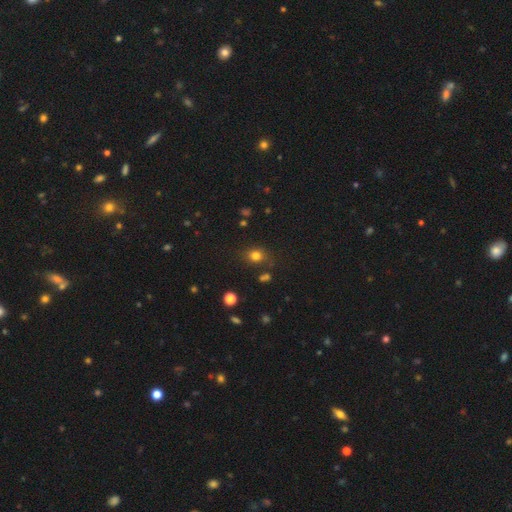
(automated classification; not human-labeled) Q: Smooth or featured?
A: smooth (78%); runner-up: star or artifact (15%)
Q: How rounded?
A: round (62%); runner-up: in between (37%)
Q: Merging?
A: none (76%); runner-up: minor disturbance (14%)